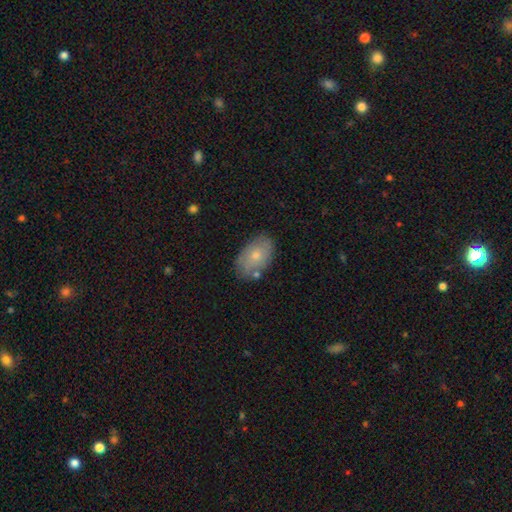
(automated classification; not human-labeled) Q: Smooth or featured?
A: smooth (66%); runner-up: featured or disk (27%)
Q: How rounded?
A: in between (90%); runner-up: round (9%)
Q: Merging?
A: none (76%); runner-up: minor disturbance (16%)